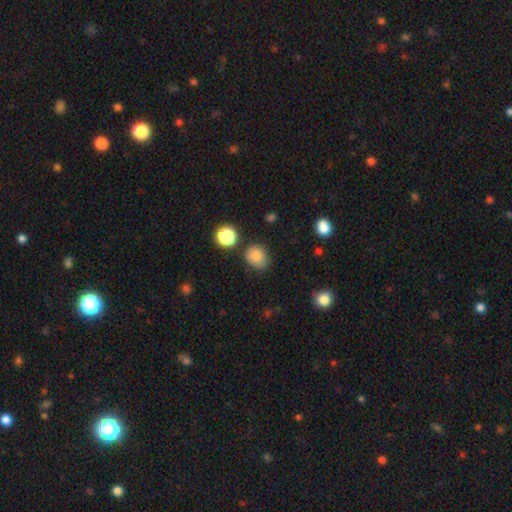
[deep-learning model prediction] A smooth galaxy with no disk features (82%) that is round (63%).

Vote fractions:
- Smooth or featured? smooth: 82% / star or artifact: 11% / featured or disk: 7%
- How rounded? round: 63% / in between: 36% / cigar-shaped: 1%
- Merging? none: 69% / minor disturbance: 22% / major disturbance: 5% / merger: 5%